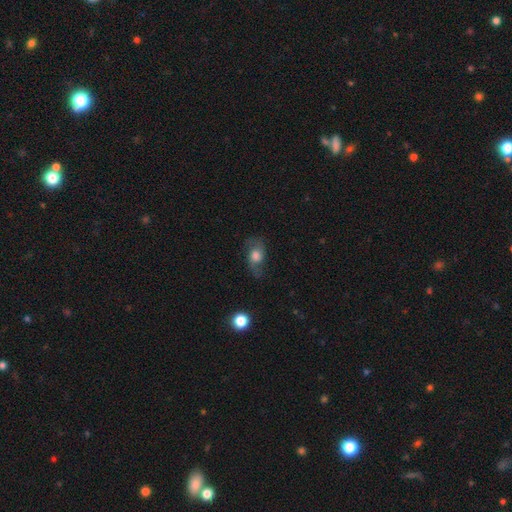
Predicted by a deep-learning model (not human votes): smooth_or_featured: smooth (p=0.47) [alt: featured or disk p=0.43]
merging: none (p=0.64) [alt: minor disturbance p=0.21]